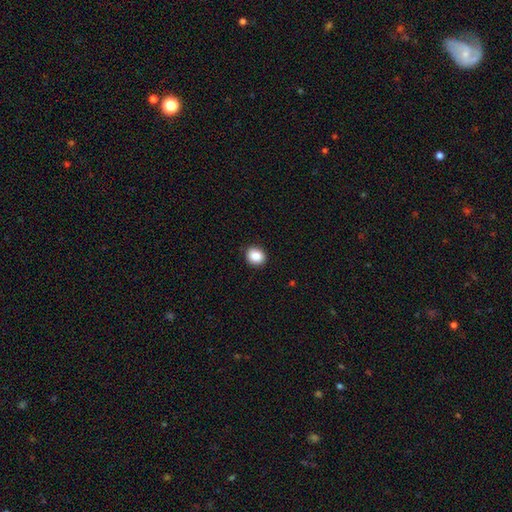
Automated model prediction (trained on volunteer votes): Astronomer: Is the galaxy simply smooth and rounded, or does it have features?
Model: smooth — 88%.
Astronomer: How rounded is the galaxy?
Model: round — 70%.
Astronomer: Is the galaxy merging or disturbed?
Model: none — 89%.